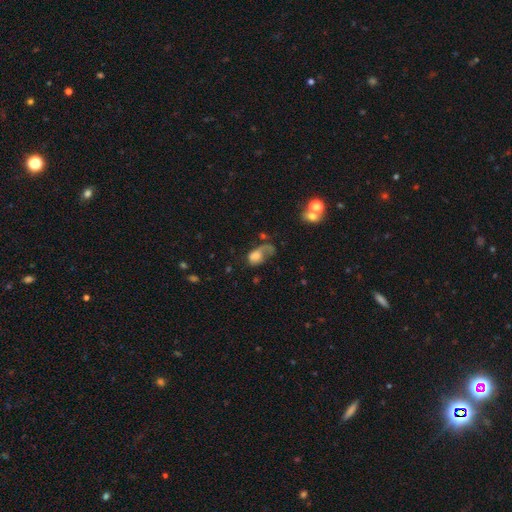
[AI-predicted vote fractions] Smooth or featured?
  - smooth: 55% *
  - featured or disk: 35%
  - star or artifact: 11%
How rounded?
  - in between: 75% *
  - round: 22%
  - cigar-shaped: 3%
Merging?
  - major disturbance: 51% *
  - none: 22%
  - minor disturbance: 18%
  - merger: 9%